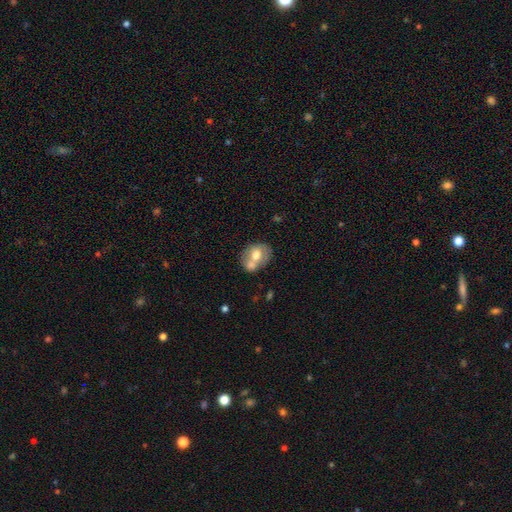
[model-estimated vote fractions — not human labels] This appears to be a smooth galaxy with no disk features (64%) that is in between round and cigar-shaped (53%). Merging: merger (48%).